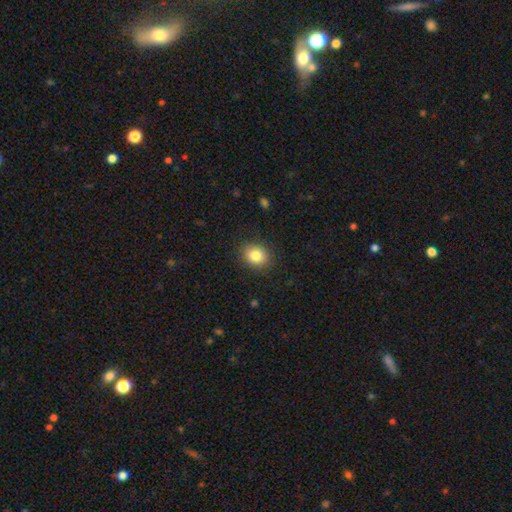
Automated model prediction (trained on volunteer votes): This appears to be a smooth galaxy with no disk features (83%) that is round (53%). Merging: none (87%).